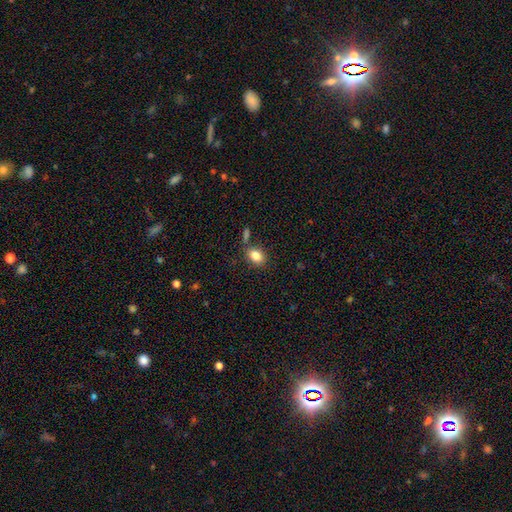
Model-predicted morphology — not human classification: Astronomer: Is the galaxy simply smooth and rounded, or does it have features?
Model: smooth — 84%.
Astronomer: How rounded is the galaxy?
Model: in between — 73%.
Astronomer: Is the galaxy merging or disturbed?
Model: none — 75%.